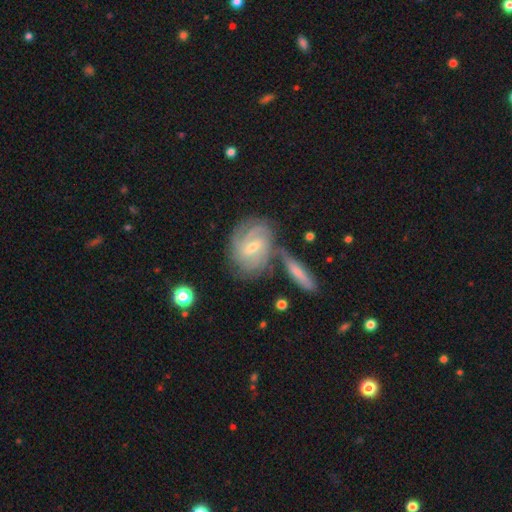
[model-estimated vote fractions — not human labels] smooth-or-featured: featured or disk: 78% | smooth: 13% | star or artifact: 8%
  disk-edge-on: no: 94% | yes: 6%
    bar: weak: 53% | no: 27% | strong: 20%
    has-spiral-arms: yes: 94% | no: 6%
      spiral-winding: tight: 65% | medium: 28% | loose: 7%
      spiral-arm-count: can't tell: 33% | 2: 26% | 3: 23% | 4: 9% | 1: 5% | more than 4: 5%
    bulge-size: small: 51% | moderate: 45% | large: 2% | none: 1% | dominant: 1%
  merging: none: 67% | merger: 15% | minor disturbance: 14% | major disturbance: 5%